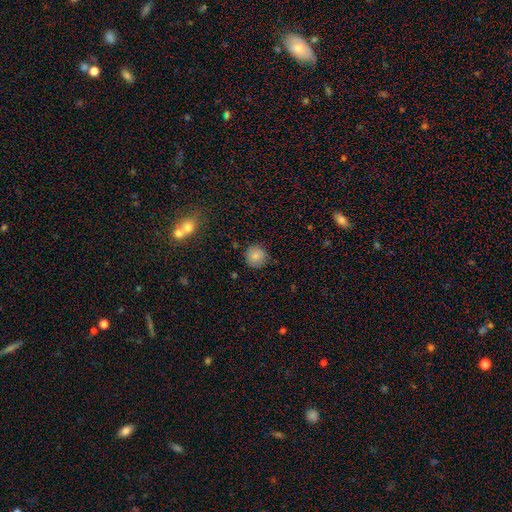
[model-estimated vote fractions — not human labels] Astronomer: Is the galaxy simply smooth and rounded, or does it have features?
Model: smooth — 81%.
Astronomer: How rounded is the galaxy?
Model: round — 93%.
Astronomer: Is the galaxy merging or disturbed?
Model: none — 86%.